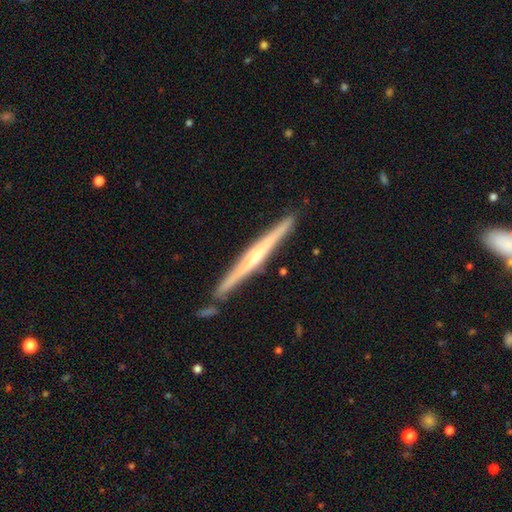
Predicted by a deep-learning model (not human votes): Smooth or featured?
  - featured or disk: 72% *
  - smooth: 23%
  - star or artifact: 5%
Edge-on disk?
  - yes: 98% *
  - no: 2%
Edge-on bulge?
  - rounded: 51% *
  - none: 38%
  - boxy: 11%
Merging?
  - none: 85% *
  - minor disturbance: 10%
  - merger: 3%
  - major disturbance: 2%